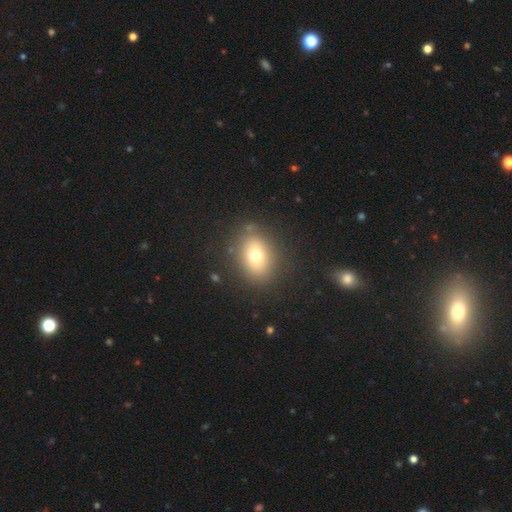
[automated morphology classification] type=smooth (72%); roundness=in between (54%); merging=none (83%).